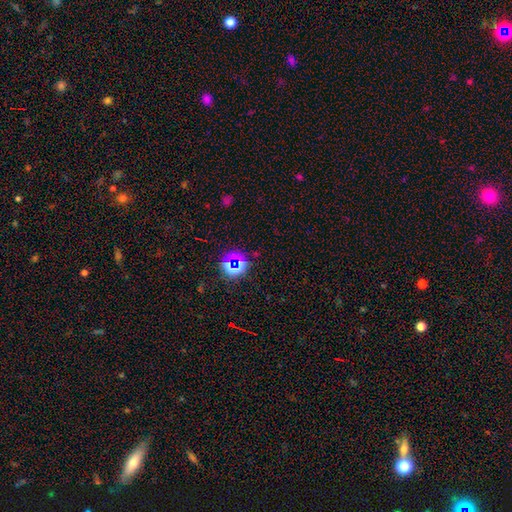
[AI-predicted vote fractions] A star or artifact, not a galaxy (69%).